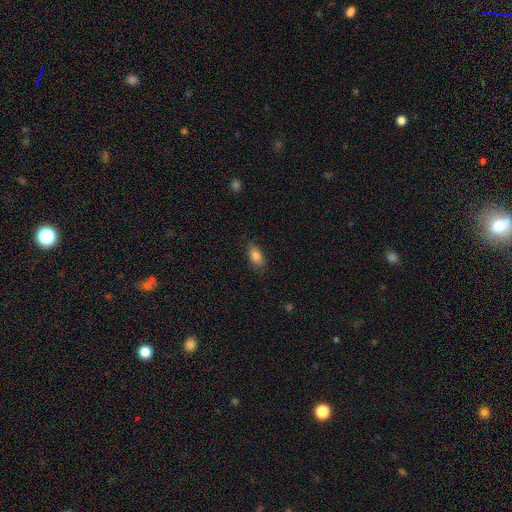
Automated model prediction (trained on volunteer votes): The model was most divided on "merging": none: 83%, minor disturbance: 13%, major disturbance: 3%, merger: 1%. More confident: how rounded — in between (87%); smooth or featured — smooth (83%).